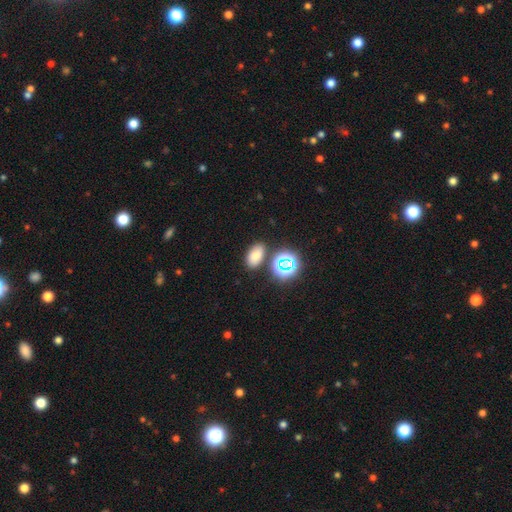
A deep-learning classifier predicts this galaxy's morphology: Q: Smooth or featured?
A: smooth (71%); runner-up: star or artifact (20%)
Q: How rounded?
A: in between (84%); runner-up: round (15%)
Q: Merging?
A: none (79%); runner-up: minor disturbance (11%)